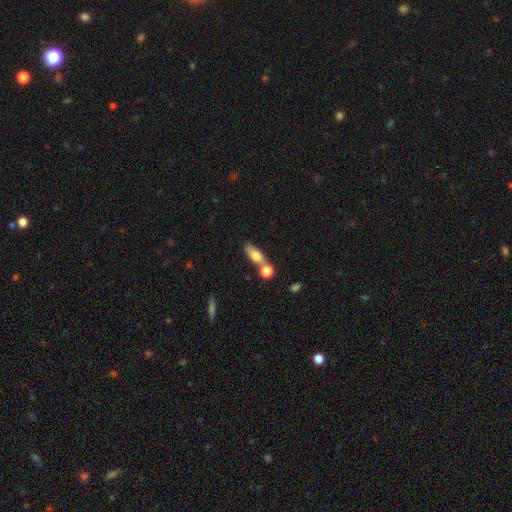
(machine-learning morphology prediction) Smooth or featured? smooth (68%)
How rounded? in between (64%)
Merging? none (51%)